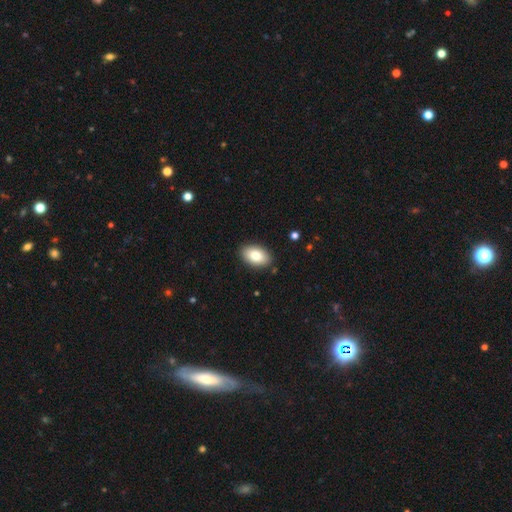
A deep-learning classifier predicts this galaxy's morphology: Smooth or featured: smooth — 82% (featured or disk — 11%)
How rounded: in between — 91% (round — 7%)
Merging: none — 88% (minor disturbance — 8%)